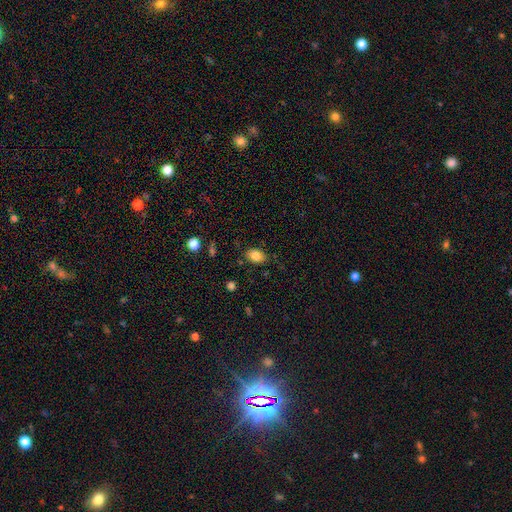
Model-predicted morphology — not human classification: A smooth galaxy with no disk features (85%) that is in between round and cigar-shaped (81%).

Vote fractions:
- Smooth or featured? smooth: 85% / star or artifact: 9% / featured or disk: 6%
- How rounded? in between: 81% / round: 18% / cigar-shaped: 1%
- Merging? none: 79% / minor disturbance: 15% / major disturbance: 3% / merger: 2%